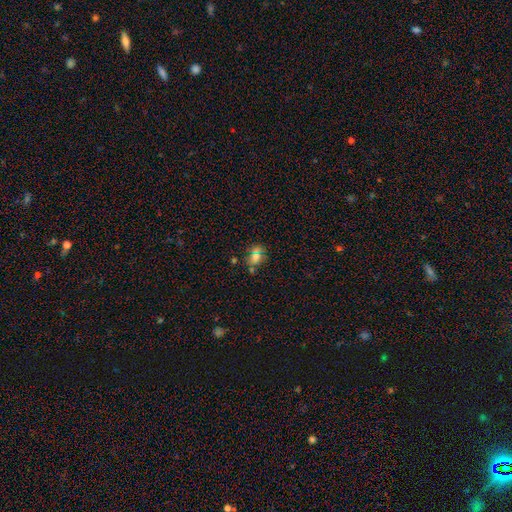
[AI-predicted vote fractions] The model was most divided on "how rounded": round: 58%, in between: 39%, cigar-shaped: 3%. More confident: merging — none (73%); smooth or featured — smooth (58%).